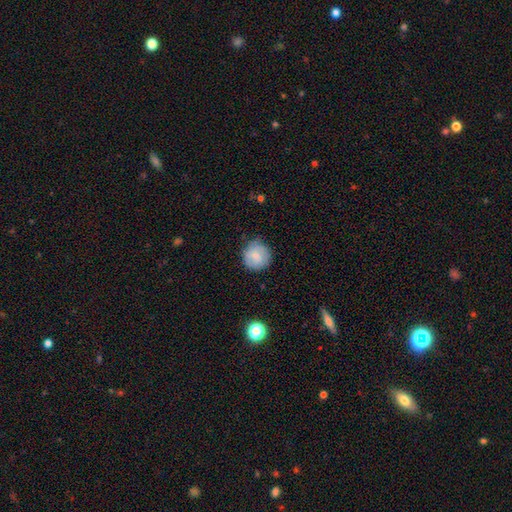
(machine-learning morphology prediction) Smooth or featured? smooth (78%)
How rounded? round (92%)
Merging? none (80%)